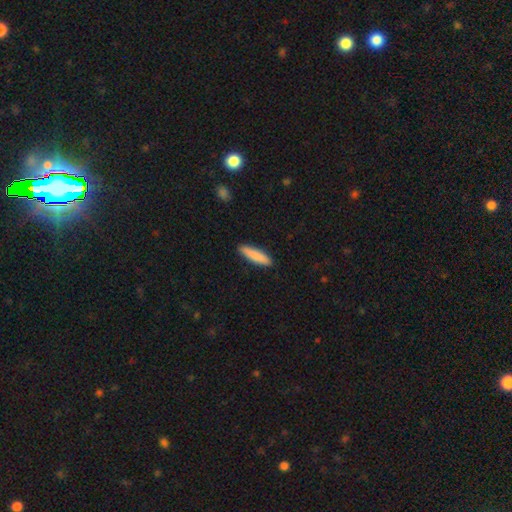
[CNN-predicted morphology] Smooth or featured? smooth (87%)
How rounded? cigar-shaped (77%)
Merging? none (88%)